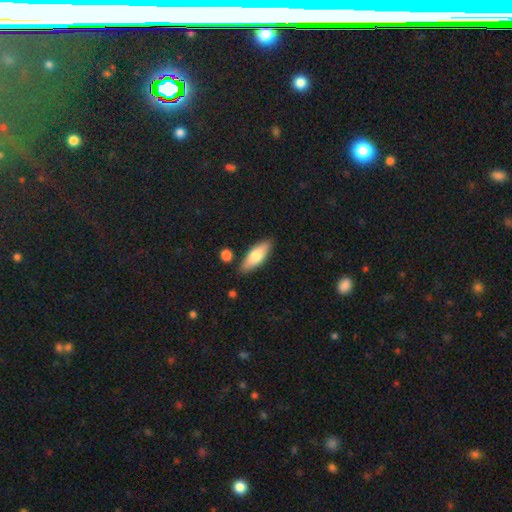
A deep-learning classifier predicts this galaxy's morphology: The model was most divided on "how rounded": in between: 64%, cigar-shaped: 33%, round: 2%. More confident: merging — none (83%); smooth or featured — smooth (71%).